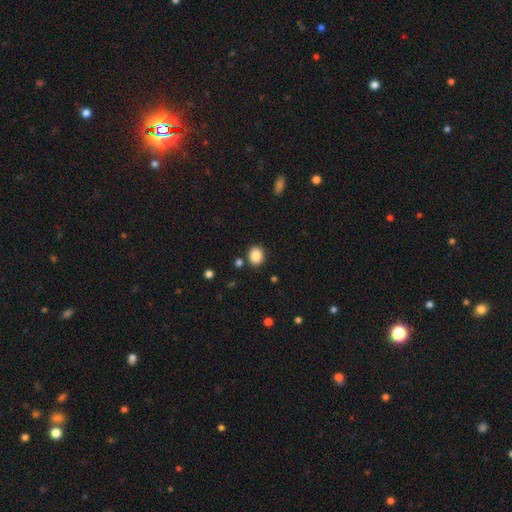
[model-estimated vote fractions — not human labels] A smooth galaxy with no disk features (87%) that is round (60%).

Vote fractions:
- Smooth or featured? smooth: 87% / star or artifact: 9% / featured or disk: 4%
- How rounded? round: 60% / in between: 39% / cigar-shaped: 1%
- Merging? none: 85% / minor disturbance: 8% / merger: 4% / major disturbance: 3%